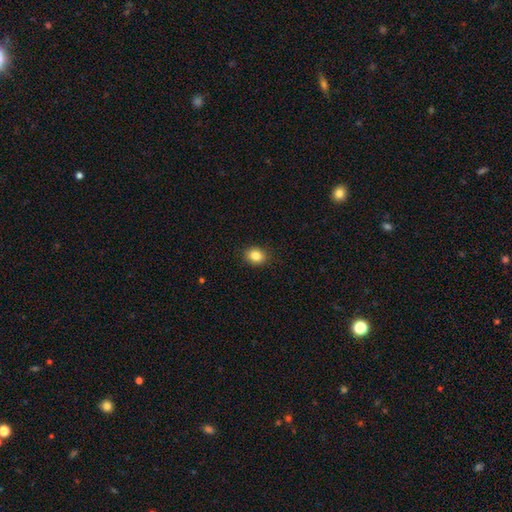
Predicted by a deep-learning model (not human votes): smooth_or_featured: smooth (p=0.84) [alt: star or artifact p=0.10]
how_rounded: round (p=0.52) [alt: in between p=0.47]
merging: none (p=0.89) [alt: minor disturbance p=0.08]